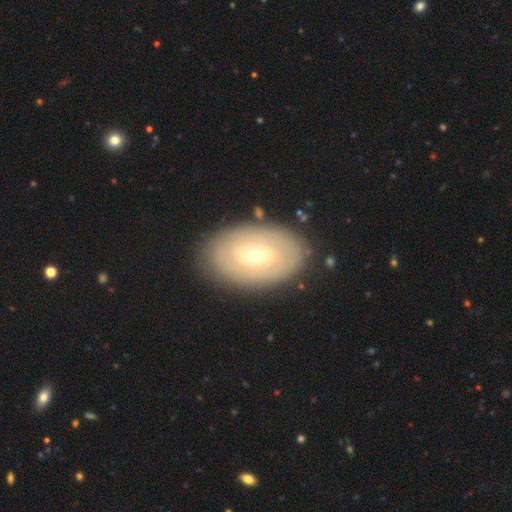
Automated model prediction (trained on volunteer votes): featured or disk 59%, smooth 34%, star or artifact 6%. Down the decision tree: edge-on disk — no (92%); bar — no (47%); spiral arms — no (59%); bulge size — small (58%); merging — none (85%).